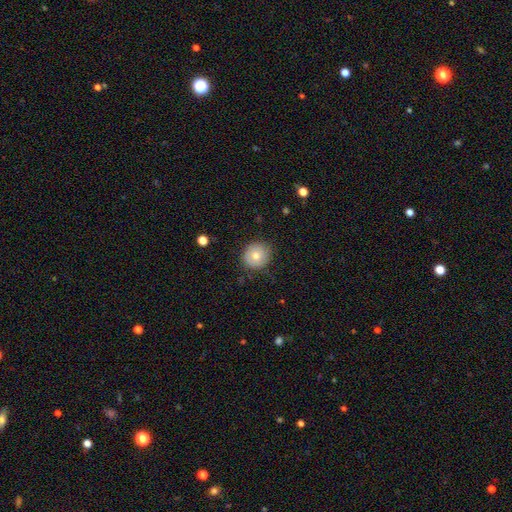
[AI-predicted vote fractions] Smooth or featured?
  - smooth: 73% *
  - featured or disk: 17%
  - star or artifact: 10%
How rounded?
  - round: 88% *
  - in between: 11%
  - cigar-shaped: 1%
Merging?
  - none: 85% *
  - minor disturbance: 11%
  - major disturbance: 3%
  - merger: 1%